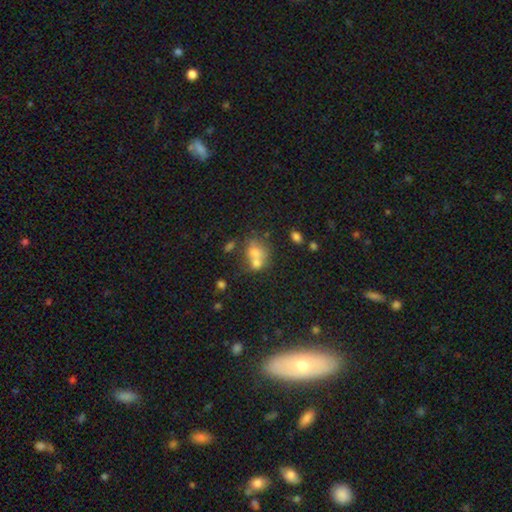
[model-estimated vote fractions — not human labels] Q: Smooth or featured?
A: smooth (67%); runner-up: featured or disk (20%)
Q: How rounded?
A: round (50%); runner-up: in between (49%)
Q: Merging?
A: merger (58%); runner-up: none (27%)